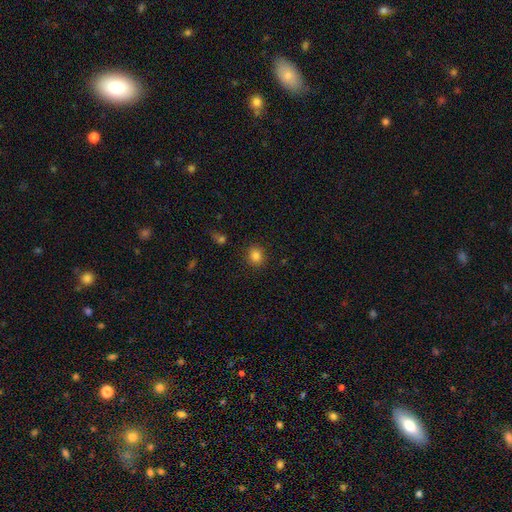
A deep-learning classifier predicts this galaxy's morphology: smooth-or-featured: smooth: 83% | star or artifact: 12% | featured or disk: 5%
  how-rounded: round: 75% | in between: 24% | cigar-shaped: 1%
  merging: none: 88% | minor disturbance: 8% | major disturbance: 3% | merger: 2%